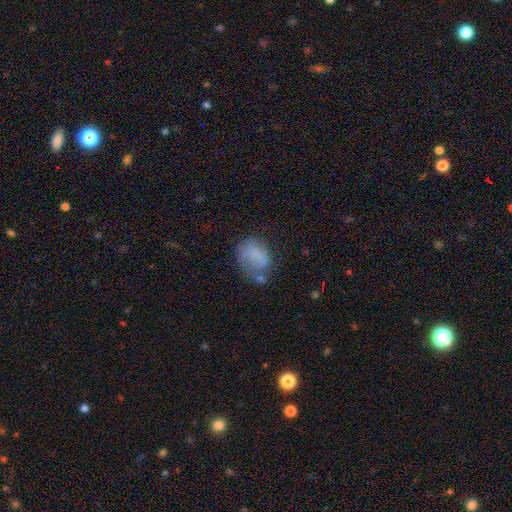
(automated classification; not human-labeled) The model was most divided on "merging": none: 44%, minor disturbance: 28%, major disturbance: 18%, merger: 11%. More confident: smooth or featured — smooth (73%); how rounded — in between (58%).